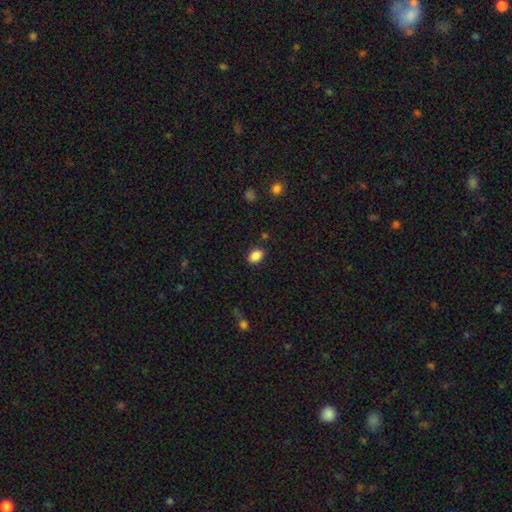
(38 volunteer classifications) Smooth or featured: smooth — 89% (featured or disk — 8%)
How rounded: in between — 79% (round — 21%)
Merging: none — 78% (minor disturbance — 11%)